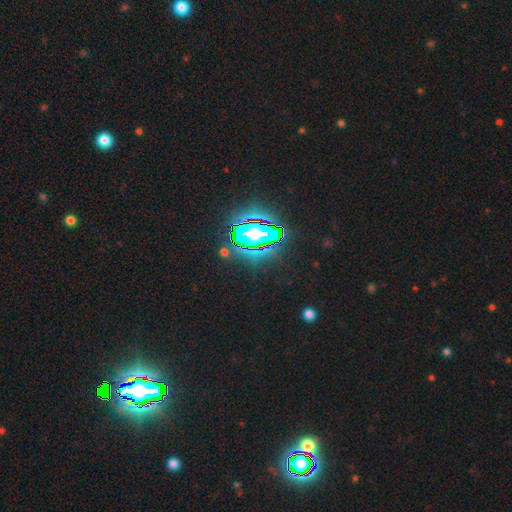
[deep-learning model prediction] This appears to be a star or artifact, not a galaxy (86%).